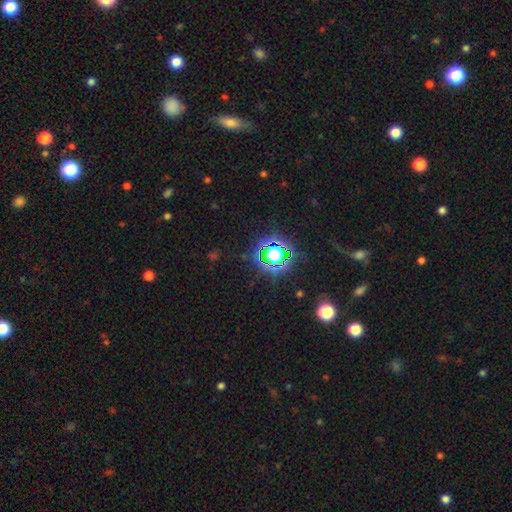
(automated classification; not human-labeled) star or artifact 78%, smooth 15%, featured or disk 8%.